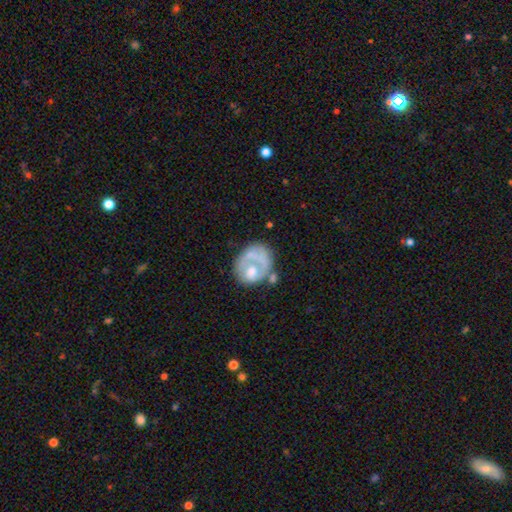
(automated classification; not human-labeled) Overall: featured or disk (51%; smooth 42%). Edge-on disk: no (98%). Merging: none (41%; major disturbance 26%).